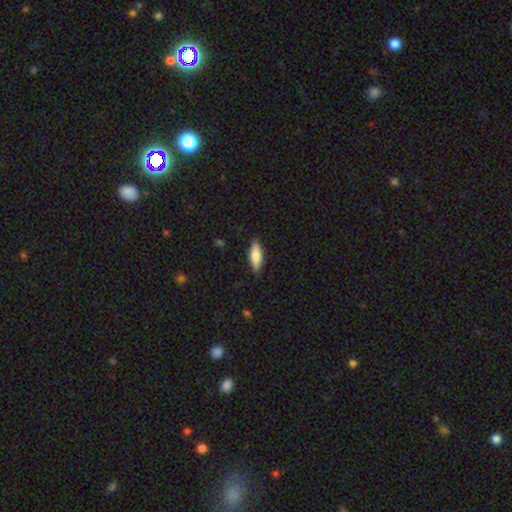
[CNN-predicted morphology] Q: Smooth or featured?
A: smooth (75%); runner-up: featured or disk (19%)
Q: How rounded?
A: in between (57%); runner-up: cigar-shaped (41%)
Q: Merging?
A: none (85%); runner-up: minor disturbance (12%)